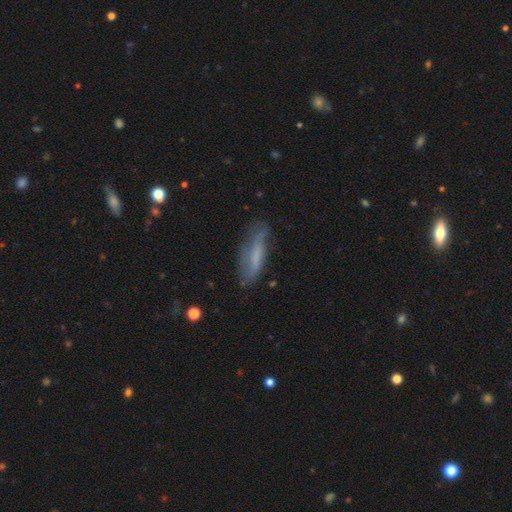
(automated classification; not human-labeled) This appears to be a smooth galaxy with no disk features (54%) that is cigar-shaped (69%). Merging: none (68%).